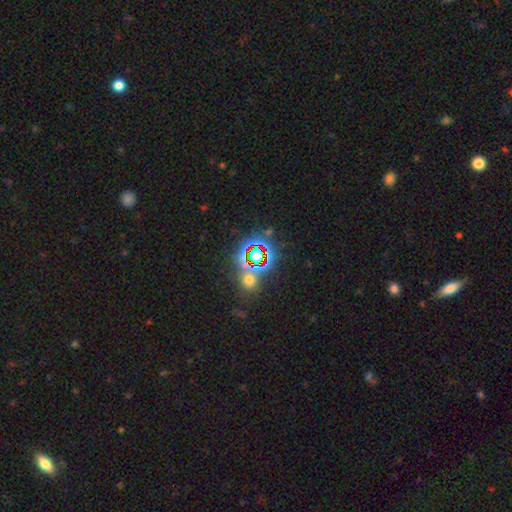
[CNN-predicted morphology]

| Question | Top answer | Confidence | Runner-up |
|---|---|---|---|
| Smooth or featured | star or artifact | 69% | smooth (22%) |